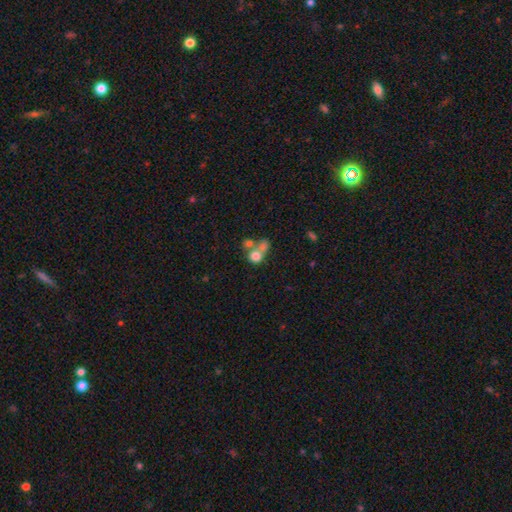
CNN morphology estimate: smooth_or_featured: smooth (p=0.72) [alt: featured or disk p=0.16]
how_rounded: round (p=0.73) [alt: in between p=0.26]
merging: merger (p=0.56) [alt: none p=0.29]